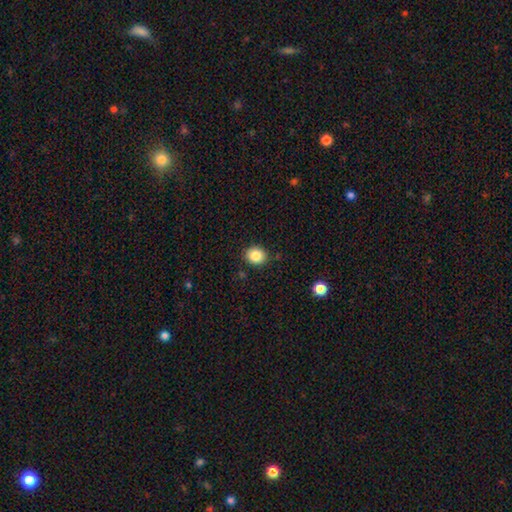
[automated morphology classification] A smooth galaxy with no disk features (86%) that is round (72%).

Vote fractions:
- Smooth or featured? smooth: 86% / star or artifact: 10% / featured or disk: 5%
- How rounded? round: 72% / in between: 27% / cigar-shaped: 1%
- Merging? none: 88% / minor disturbance: 8% / major disturbance: 2% / merger: 2%